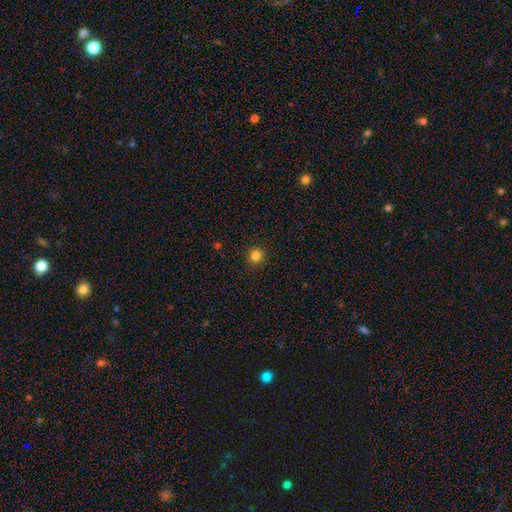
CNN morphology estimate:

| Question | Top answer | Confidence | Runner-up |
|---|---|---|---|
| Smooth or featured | smooth | 83% | star or artifact (13%) |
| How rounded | round | 95% | in between (4%) |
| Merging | none | 93% | minor disturbance (4%) |